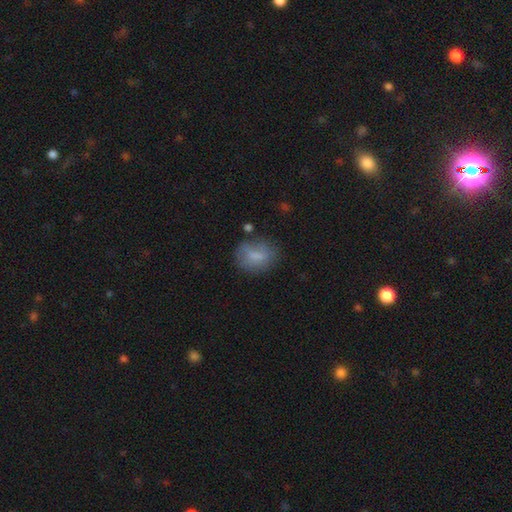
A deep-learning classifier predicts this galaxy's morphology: Smooth or featured? smooth (70%)
How rounded? in between (53%)
Merging? none (56%)